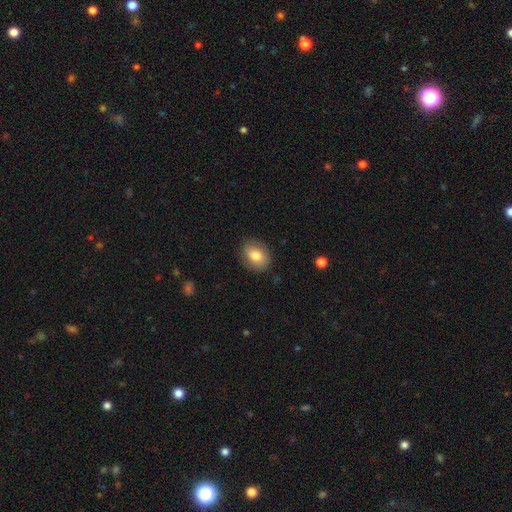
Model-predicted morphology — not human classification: The model was most divided on "how rounded": in between: 56%, round: 43%, cigar-shaped: 1%. More confident: merging — none (85%); smooth or featured — smooth (77%).